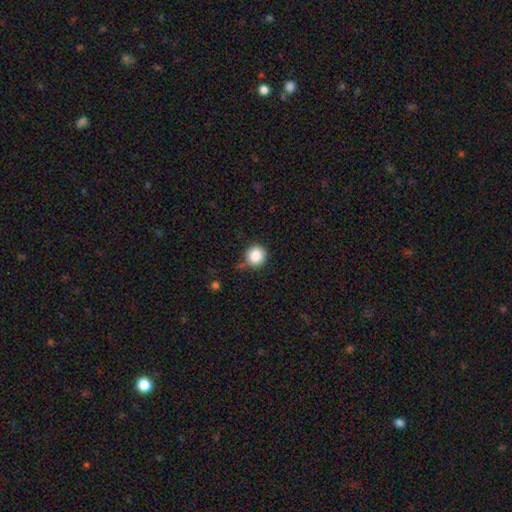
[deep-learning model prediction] Q: Smooth or featured?
A: smooth (86%); runner-up: star or artifact (10%)
Q: How rounded?
A: round (94%); runner-up: in between (5%)
Q: Merging?
A: none (80%); runner-up: minor disturbance (13%)